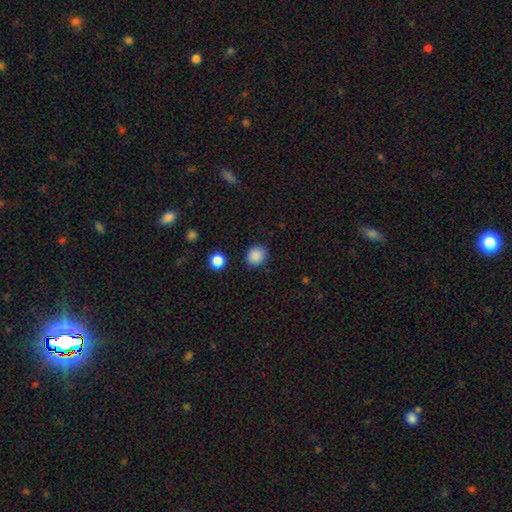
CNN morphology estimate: type=smooth (87%); roundness=round (73%); merging=none (87%).